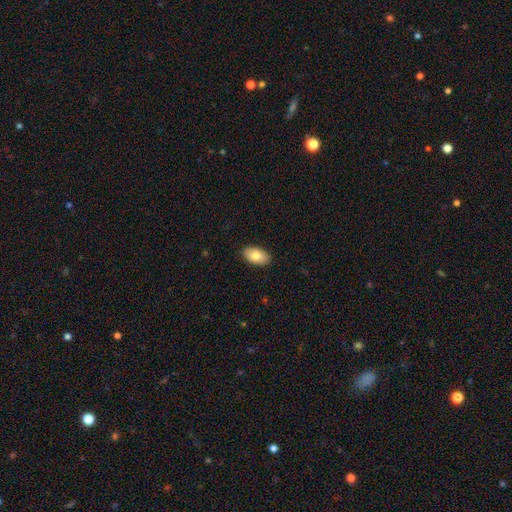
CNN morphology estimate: type=smooth (80%); roundness=in between (94%); merging=none (90%).